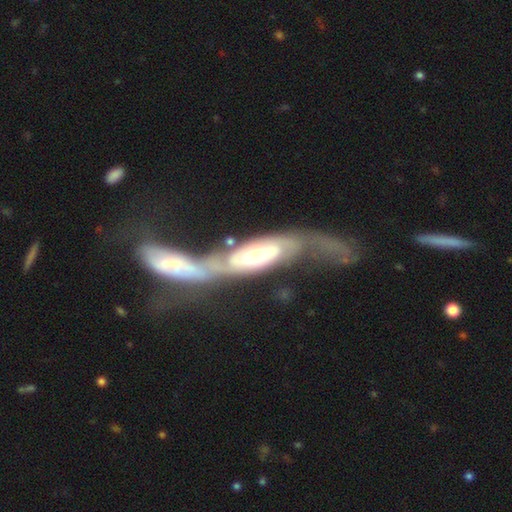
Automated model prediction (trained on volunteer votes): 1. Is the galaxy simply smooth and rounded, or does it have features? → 79% featured or disk, 15% smooth, 6% star or artifact.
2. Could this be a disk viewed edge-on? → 77% no, 23% yes.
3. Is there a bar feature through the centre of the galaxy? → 51% no, 29% weak, 21% strong.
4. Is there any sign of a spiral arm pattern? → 83% yes, 17% no.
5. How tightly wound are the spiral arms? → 48% loose, 32% medium, 20% tight.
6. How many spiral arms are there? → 74% 2, 17% can't tell, 5% 1, 2% 3, 1% 4, 1% more than 4.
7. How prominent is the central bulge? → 45% moderate, 29% large, 17% small, 5% none, 4% dominant.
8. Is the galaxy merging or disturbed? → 64% merger, 16% major disturbance, 13% none, 7% minor disturbance.